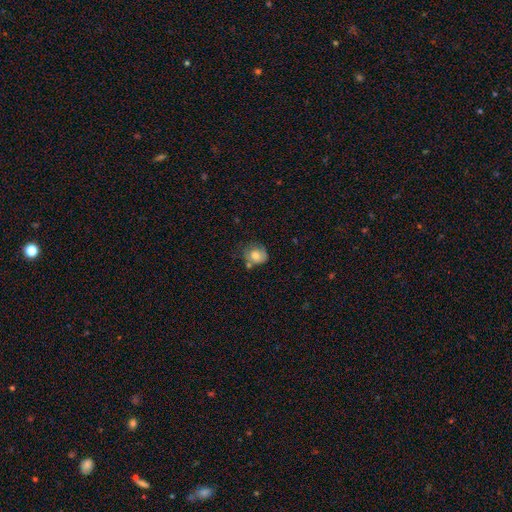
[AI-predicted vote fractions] A smooth galaxy with no disk features (67%) that is round (65%).

Vote fractions:
- Smooth or featured? smooth: 67% / featured or disk: 25% / star or artifact: 8%
- How rounded? round: 65% / in between: 34% / cigar-shaped: 1%
- Merging? none: 46% / minor disturbance: 28% / merger: 13% / major disturbance: 13%